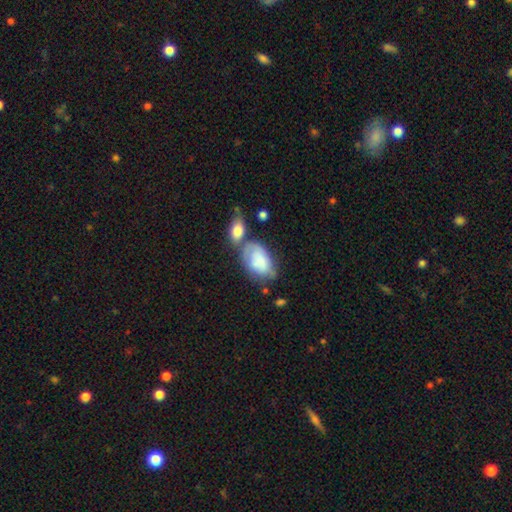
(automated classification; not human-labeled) Smooth or featured: smooth — 58% (featured or disk — 30%)
How rounded: in between — 88% (round — 10%)
Merging: none — 37% (merger — 34%)